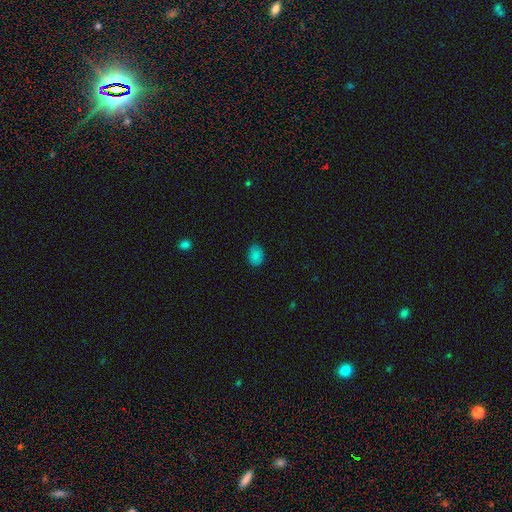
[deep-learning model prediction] This appears to be a smooth galaxy with no disk features (84%) that is in between round and cigar-shaped (64%). Merging: none (83%).